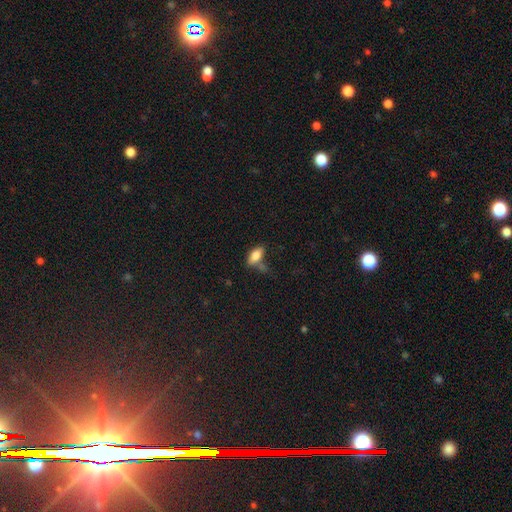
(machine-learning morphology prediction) Q: Smooth or featured?
A: smooth (79%); runner-up: featured or disk (13%)
Q: How rounded?
A: in between (88%); runner-up: cigar-shaped (8%)
Q: Merging?
A: none (52%); runner-up: minor disturbance (22%)